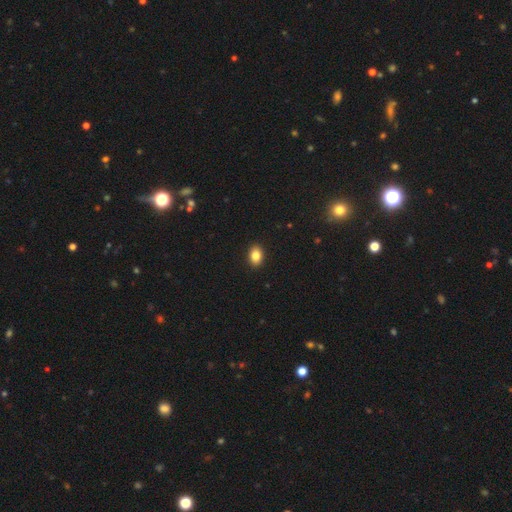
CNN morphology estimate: type=smooth (85%); roundness=in between (81%); merging=none (91%).